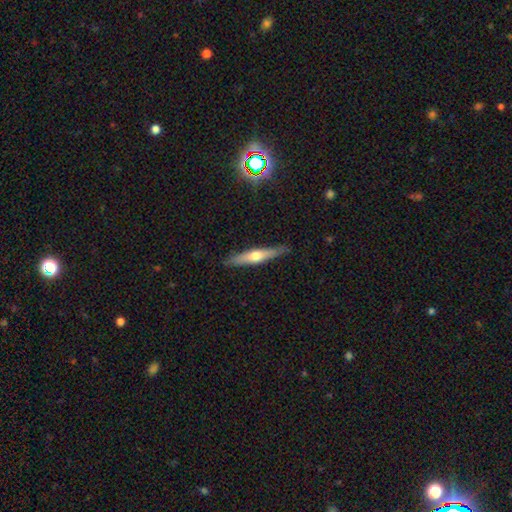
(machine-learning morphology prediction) type=featured or disk (51%); edge-on=yes (93%); merging=none (87%).